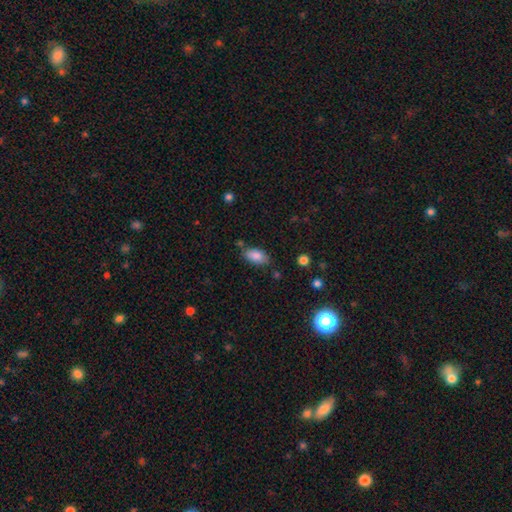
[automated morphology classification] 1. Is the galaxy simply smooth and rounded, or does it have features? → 86% smooth, 8% star or artifact, 6% featured or disk.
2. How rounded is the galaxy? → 93% in between, 4% round, 3% cigar-shaped.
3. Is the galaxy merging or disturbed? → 74% none, 17% minor disturbance, 5% merger, 4% major disturbance.